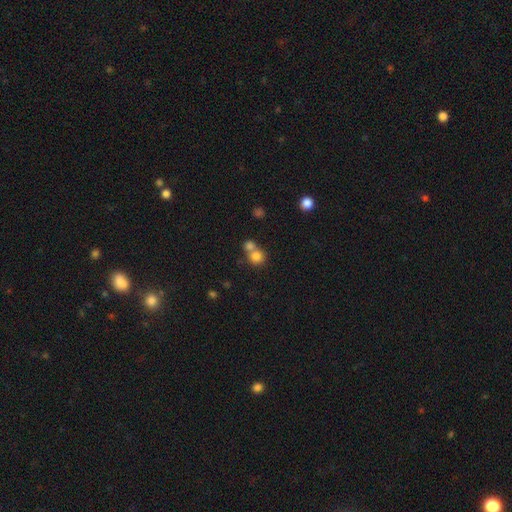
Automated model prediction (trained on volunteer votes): smooth_or_featured: smooth (p=0.80) [alt: star or artifact p=0.11]
how_rounded: round (p=0.85) [alt: in between p=0.14]
merging: merger (p=0.49) [alt: none p=0.42]